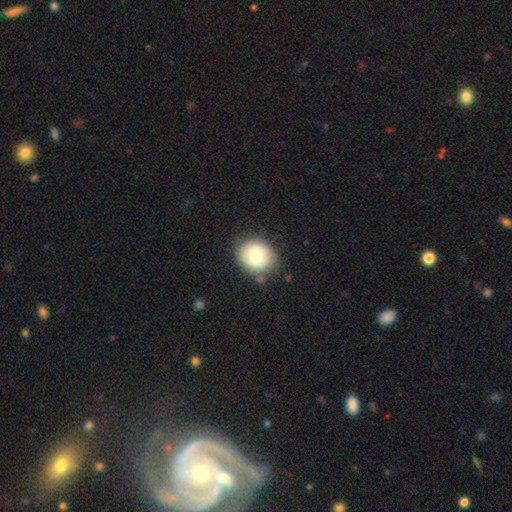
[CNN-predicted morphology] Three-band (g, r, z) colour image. It shows a smooth galaxy with no disk features (77%) that is round (64%). Merging: none (80%).